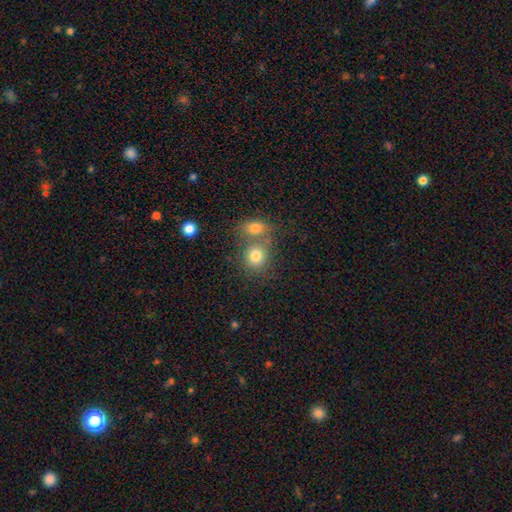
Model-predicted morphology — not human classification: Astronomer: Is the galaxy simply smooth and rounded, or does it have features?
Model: smooth — 80%.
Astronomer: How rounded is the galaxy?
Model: round — 74%.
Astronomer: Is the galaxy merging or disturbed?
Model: none — 47% (runner-up: merger, 40%).